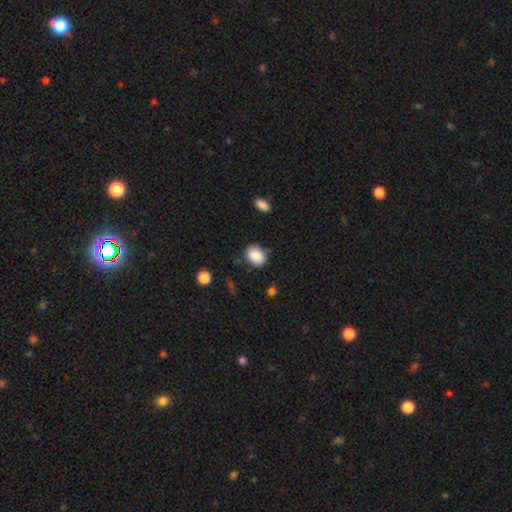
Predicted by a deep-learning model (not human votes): A smooth galaxy with no disk features (87%) that is in between round and cigar-shaped (64%).

Vote fractions:
- Smooth or featured? smooth: 87% / star or artifact: 8% / featured or disk: 5%
- How rounded? in between: 64% / round: 35% / cigar-shaped: 1%
- Merging? none: 71% / minor disturbance: 21% / major disturbance: 5% / merger: 3%